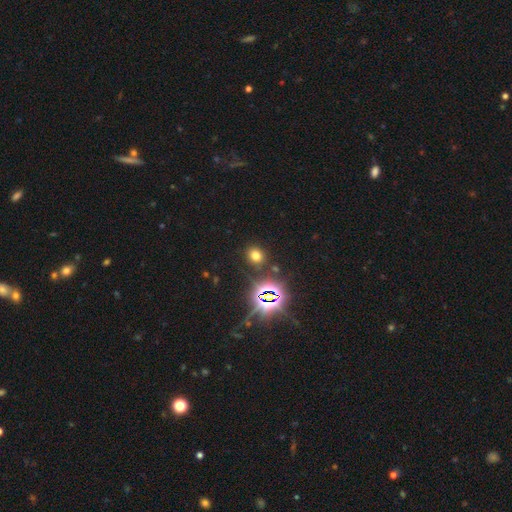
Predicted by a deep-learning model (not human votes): The model was most divided on "smooth or featured": smooth: 63%, star or artifact: 29%, featured or disk: 7%. More confident: merging — none (86%); how rounded — round (70%).